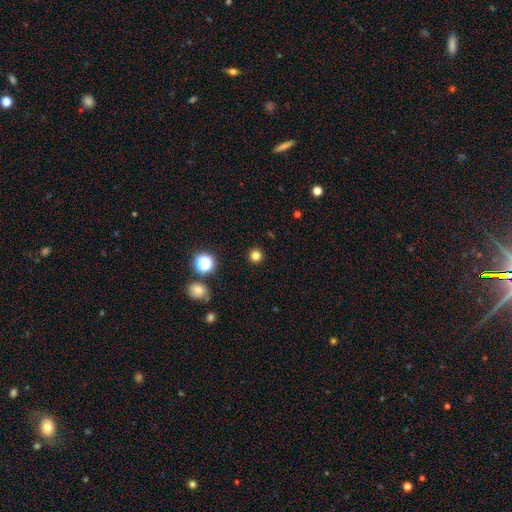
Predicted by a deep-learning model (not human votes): Smooth or featured? Predicted: smooth (p=0.79). How rounded? Predicted: round (p=0.95). Merging? Predicted: none (p=0.92).